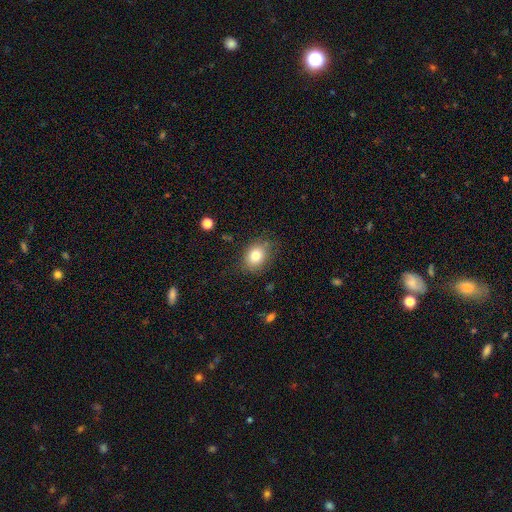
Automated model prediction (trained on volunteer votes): smooth-or-featured: smooth: 79% | star or artifact: 10% | featured or disk: 10%
  how-rounded: in between: 54% | round: 45% | cigar-shaped: 1%
  merging: none: 78% | minor disturbance: 16% | major disturbance: 4% | merger: 2%